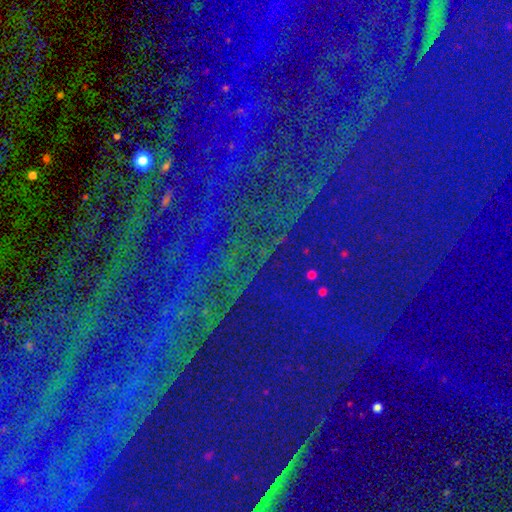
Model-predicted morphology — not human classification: The model was most divided on "smooth or featured": star or artifact: 86%, smooth: 7%, featured or disk: 7%.